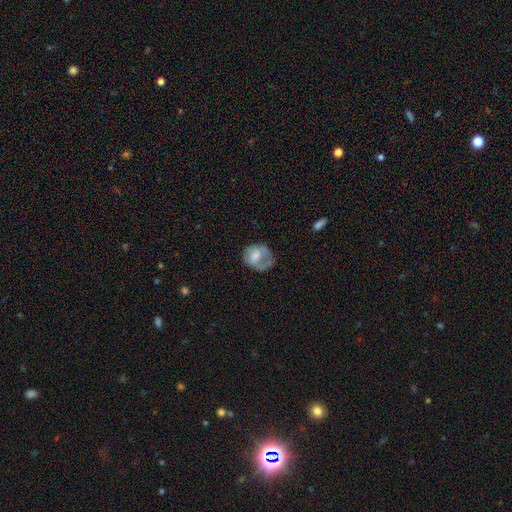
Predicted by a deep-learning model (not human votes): Smooth or featured? Predicted: smooth (p=0.57). How rounded? Predicted: round (p=0.58). Merging? Predicted: none (p=0.38).